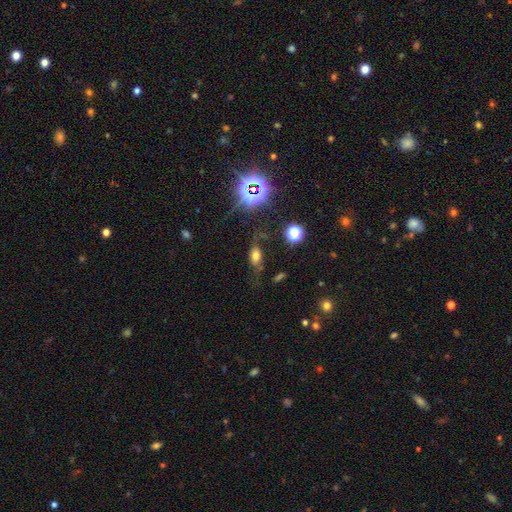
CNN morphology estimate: Smooth or featured? smooth (52%)
How rounded? in between (81%)
Merging? none (58%)